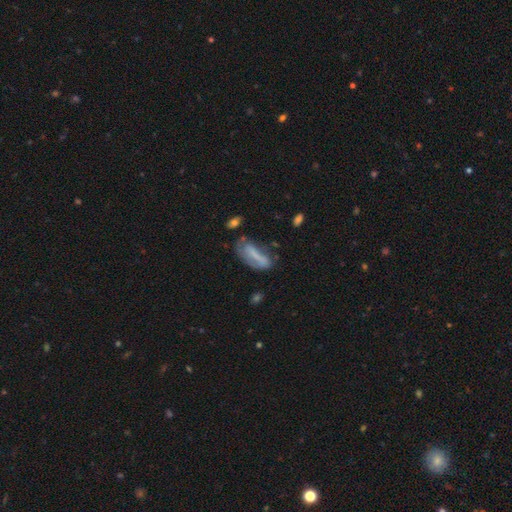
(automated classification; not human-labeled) The model was most divided on "merging": none: 39%, minor disturbance: 30%, major disturbance: 23%, merger: 8%. More confident: how rounded — in between (56%); smooth or featured — smooth (56%).